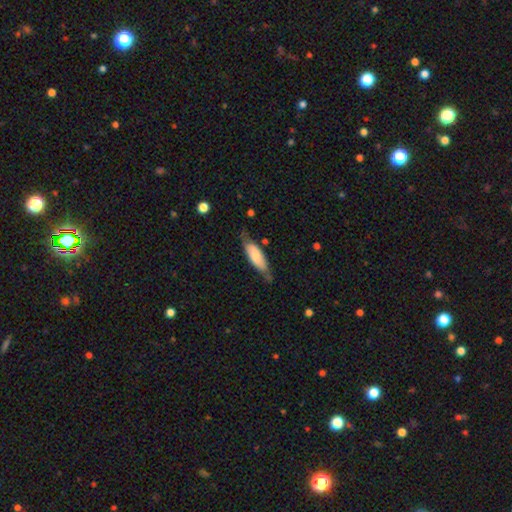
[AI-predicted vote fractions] Smooth or featured: smooth — 71% (featured or disk — 24%)
How rounded: in between — 58% (cigar-shaped — 41%)
Merging: none — 58% (minor disturbance — 31%)